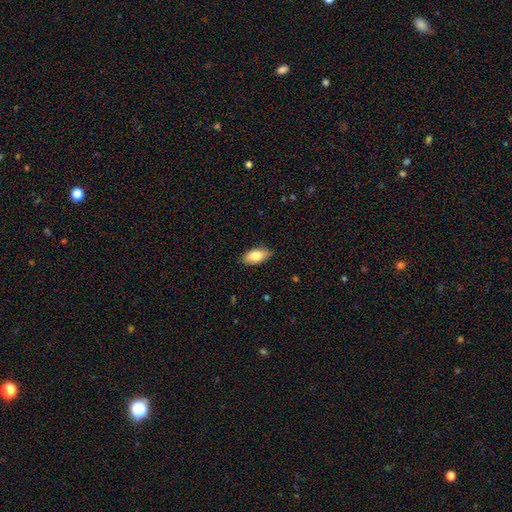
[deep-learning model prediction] A smooth galaxy with no disk features (81%) that is in between round and cigar-shaped (91%).

Vote fractions:
- Smooth or featured? smooth: 81% / featured or disk: 12% / star or artifact: 6%
- How rounded? in between: 91% / cigar-shaped: 6% / round: 3%
- Merging? none: 85% / minor disturbance: 12% / major disturbance: 2% / merger: 1%